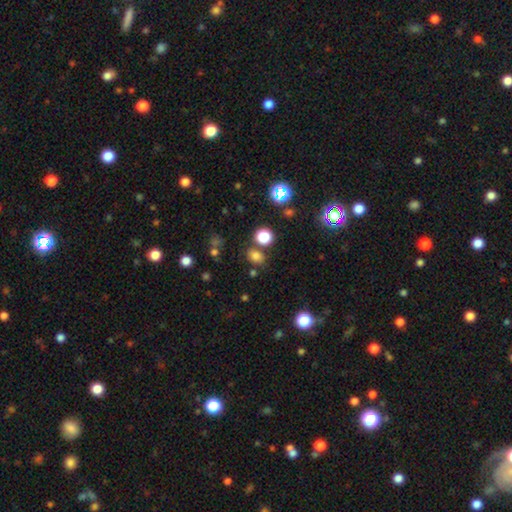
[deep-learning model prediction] Morphology: type=smooth (72%); roundness=in between (52%); merging=none (75%).